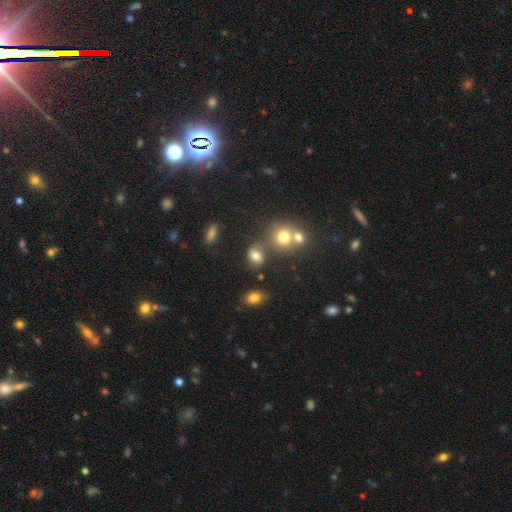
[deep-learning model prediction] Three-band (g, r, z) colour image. It shows a smooth galaxy with no disk features (69%) that is in between round and cigar-shaped (50%). Merging: none (49%).